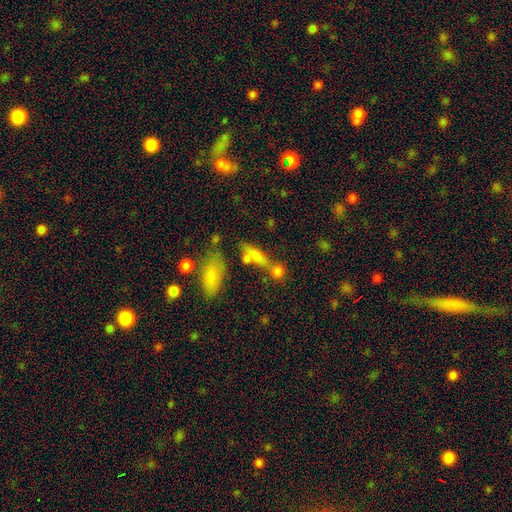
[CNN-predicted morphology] Q: Smooth or featured?
A: smooth (65%); runner-up: featured or disk (22%)
Q: How rounded?
A: cigar-shaped (47%); runner-up: in between (45%)
Q: Merging?
A: none (43%); runner-up: merger (35%)